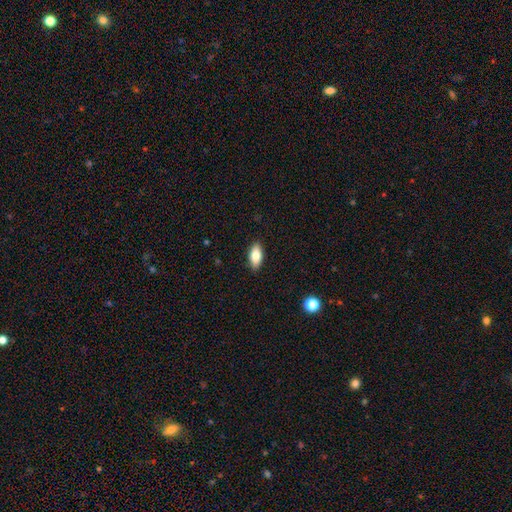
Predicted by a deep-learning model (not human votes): Q: Smooth or featured?
A: smooth (78%); runner-up: featured or disk (15%)
Q: How rounded?
A: in between (86%); runner-up: cigar-shaped (11%)
Q: Merging?
A: none (88%); runner-up: minor disturbance (9%)